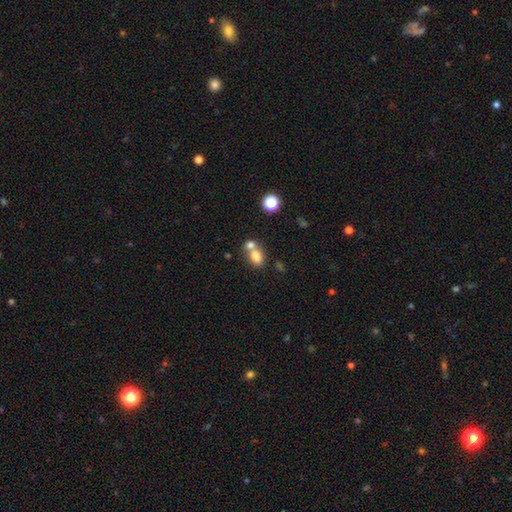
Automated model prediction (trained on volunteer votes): A smooth galaxy with no disk features (77%) that is in between round and cigar-shaped (60%).

Vote fractions:
- Smooth or featured? smooth: 77% / featured or disk: 12% / star or artifact: 12%
- How rounded? in between: 60% / round: 39% / cigar-shaped: 1%
- Merging? merger: 52% / none: 37% / minor disturbance: 8% / major disturbance: 3%